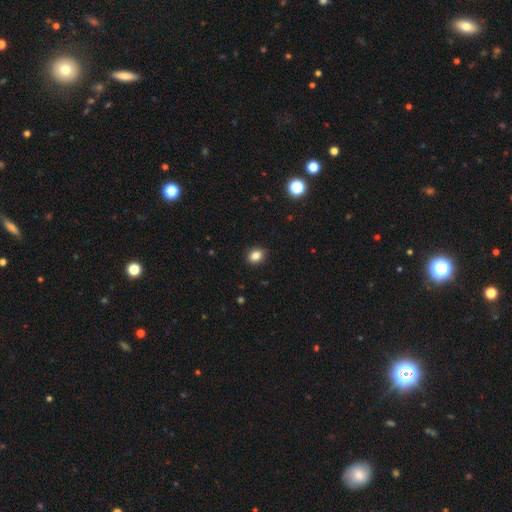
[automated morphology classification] Overall: smooth (84%). How rounded: in between (56%; round 43%). Merging: none (87%).